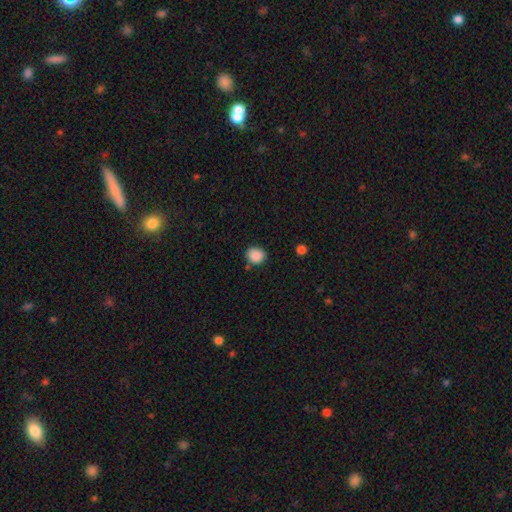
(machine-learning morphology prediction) Overall: smooth (88%). How rounded: round (80%). Merging: none (81%).